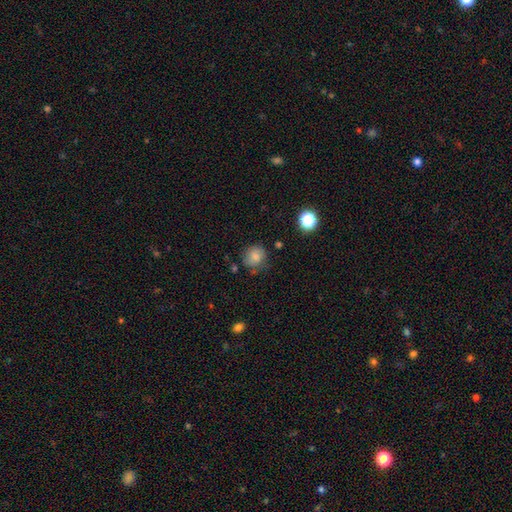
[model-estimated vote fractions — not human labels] The model was most divided on "merging": none: 68%, minor disturbance: 22%, major disturbance: 7%, merger: 3%. More confident: smooth or featured — smooth (78%); how rounded — round (78%).